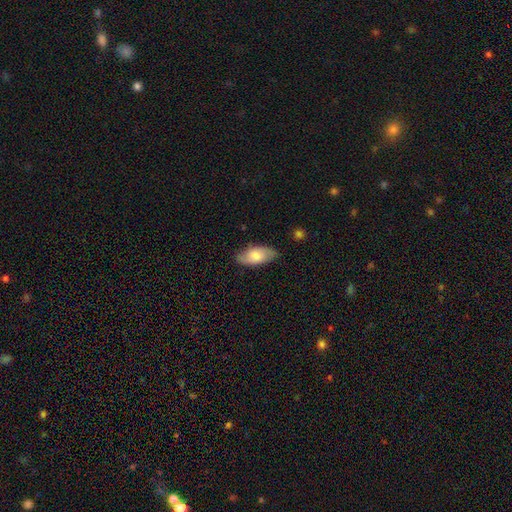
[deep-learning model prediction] Smooth or featured?
  - smooth: 68% *
  - featured or disk: 26%
  - star or artifact: 6%
How rounded?
  - in between: 90% *
  - cigar-shaped: 7%
  - round: 3%
Merging?
  - none: 77% *
  - minor disturbance: 18%
  - major disturbance: 4%
  - merger: 1%